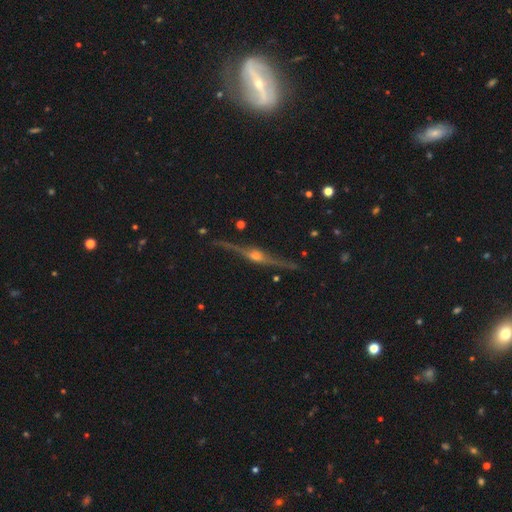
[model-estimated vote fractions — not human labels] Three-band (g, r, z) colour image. It shows a featured or disk galaxy (88%) viewed edge-on (97%) with a rounded central bulge (92%). Merging: none (87%).